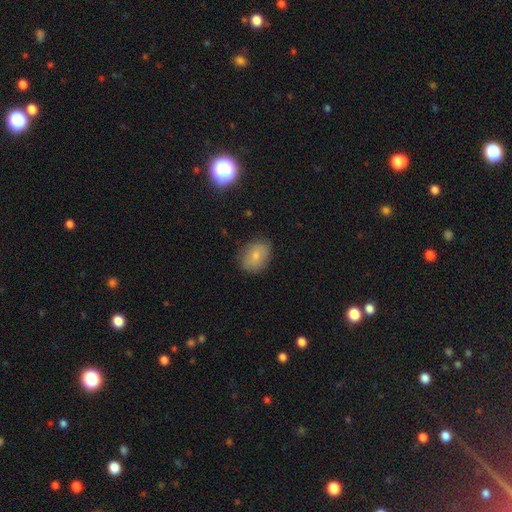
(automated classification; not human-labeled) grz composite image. It shows a smooth galaxy with no disk features (77%) that is in between round and cigar-shaped (66%). Merging: none (80%).